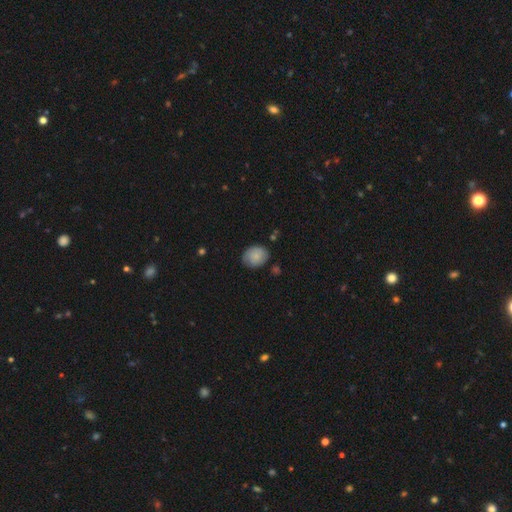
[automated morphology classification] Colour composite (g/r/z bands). It shows a smooth galaxy with no disk features (84%) that is round (54%). Merging: none (77%).